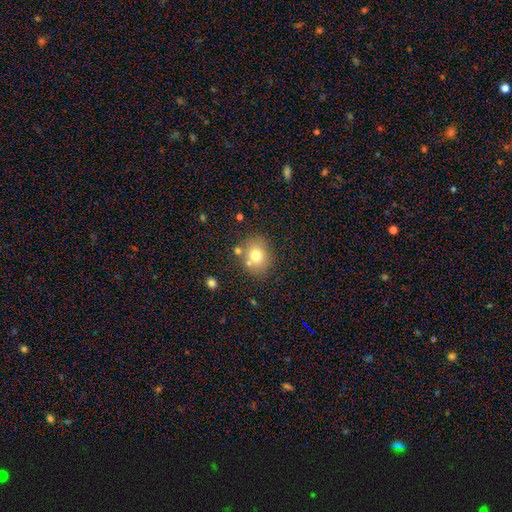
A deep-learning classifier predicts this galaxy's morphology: A smooth galaxy with no disk features (74%) that is round (68%). Merging: none (72%).